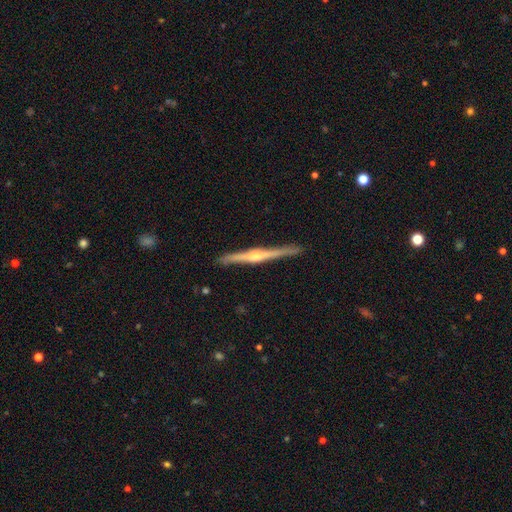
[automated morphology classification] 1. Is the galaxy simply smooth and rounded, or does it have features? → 81% featured or disk, 14% smooth, 5% star or artifact.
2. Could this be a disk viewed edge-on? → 98% yes, 2% no.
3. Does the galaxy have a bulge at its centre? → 85% rounded, 8% none, 8% boxy.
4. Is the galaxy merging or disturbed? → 90% none, 7% minor disturbance, 1% major disturbance, 1% merger.